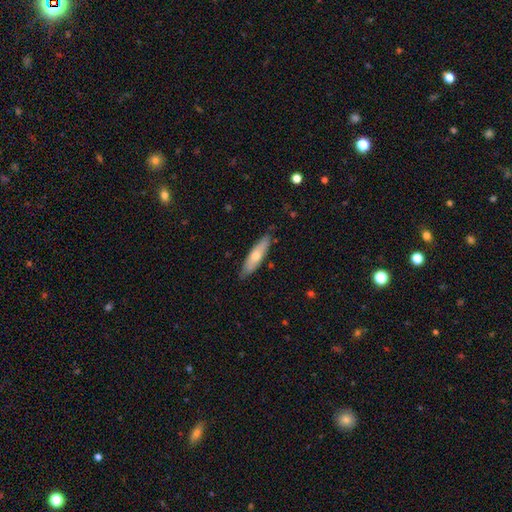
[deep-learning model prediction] smooth 57%, featured or disk 38%, star or artifact 6%. Down the decision tree: how rounded — cigar-shaped (66%); merging — none (84%).